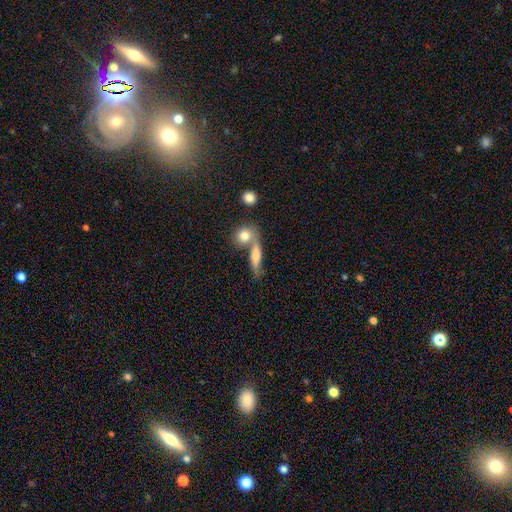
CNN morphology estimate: This is likely a smooth galaxy (63%). How rounded: marginally cigar-shaped (43%). Merging: marginally none (43%).